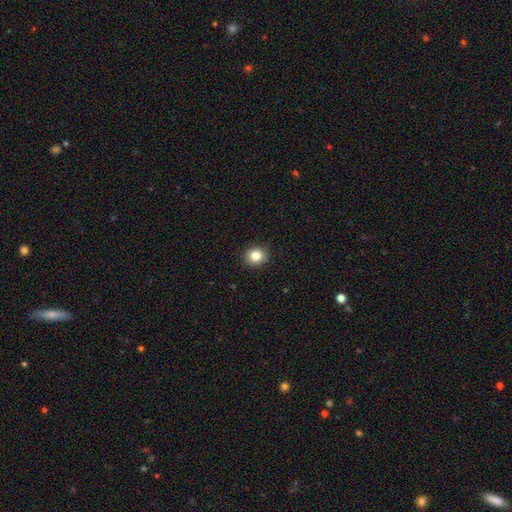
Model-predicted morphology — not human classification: Smooth or featured?
  - smooth: 83% *
  - star or artifact: 11%
  - featured or disk: 6%
How rounded?
  - round: 78% *
  - in between: 21%
  - cigar-shaped: 1%
Merging?
  - none: 91% *
  - minor disturbance: 6%
  - major disturbance: 2%
  - merger: 1%